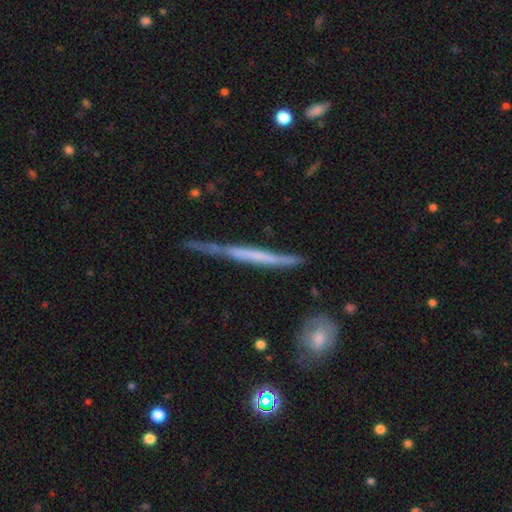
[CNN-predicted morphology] This is possibly a featured or disk galaxy (59%). It is clearly viewed edge-on (93%). Edge-on bulge: clearly none (80%). Merging: likely none (60%).